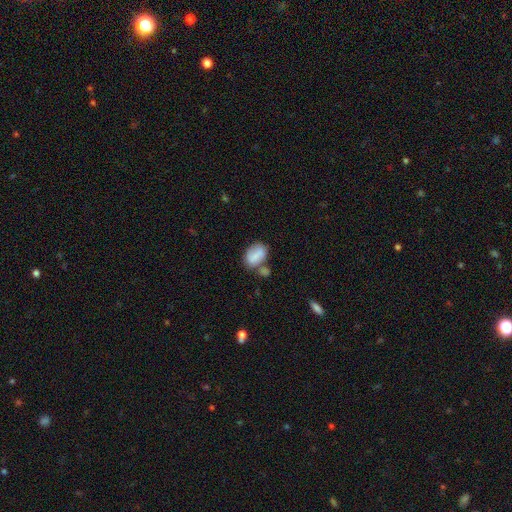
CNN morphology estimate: A smooth galaxy with no disk features (76%) that is in between round and cigar-shaped (84%).

Vote fractions:
- Smooth or featured? smooth: 76% / featured or disk: 16% / star or artifact: 8%
- How rounded? in between: 84% / round: 14% / cigar-shaped: 2%
- Merging? none: 44% / merger: 29% / minor disturbance: 19% / major disturbance: 8%